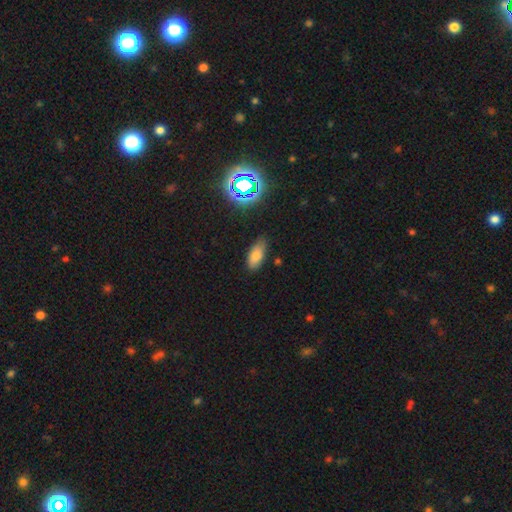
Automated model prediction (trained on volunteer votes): A smooth galaxy with no disk features (76%) that is in between round and cigar-shaped (86%). Merging: none (72%).